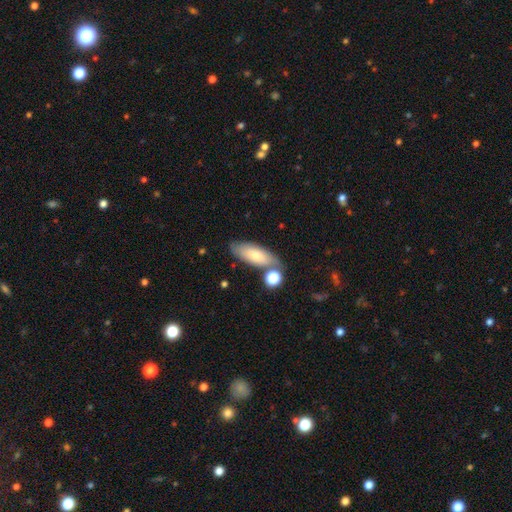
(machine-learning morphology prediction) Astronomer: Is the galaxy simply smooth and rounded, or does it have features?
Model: smooth — 72%.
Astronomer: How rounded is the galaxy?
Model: in between — 73%.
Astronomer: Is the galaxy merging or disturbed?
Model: none — 68%.